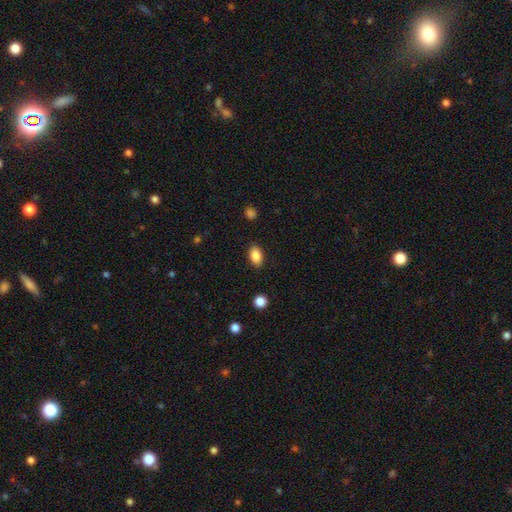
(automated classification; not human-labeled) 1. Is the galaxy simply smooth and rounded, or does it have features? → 87% smooth, 8% star or artifact, 5% featured or disk.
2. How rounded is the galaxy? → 89% in between, 9% round, 2% cigar-shaped.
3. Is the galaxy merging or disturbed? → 87% none, 9% minor disturbance, 2% major disturbance, 1% merger.